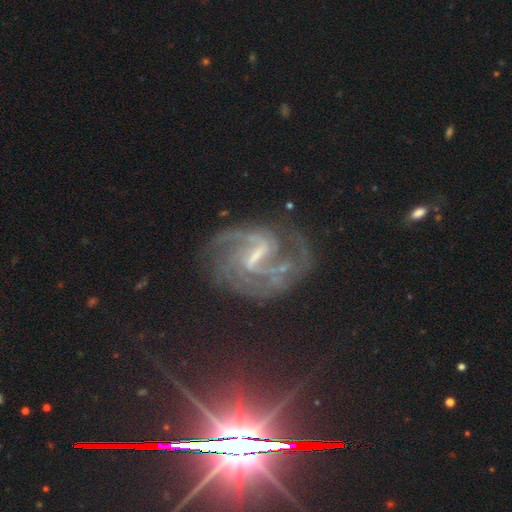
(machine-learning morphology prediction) This appears to be a featured or disk galaxy (84%) with a strong bar (51%), 2 (54%) medium (50%) spiral arms (96%) and a small central bulge (45%). Merging: none (65%).